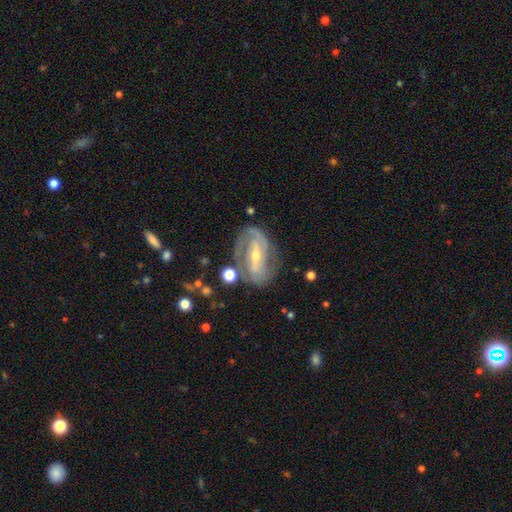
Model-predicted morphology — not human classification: Smooth or featured: featured or disk — 83% (smooth — 10%)
Edge-on disk: no — 94% (yes — 6%)
Bar: strong — 52% (weak — 30%)
Spiral arms: yes — 88% (no — 12%)
Spiral winding: tight — 42% (medium — 41%)
Spiral arm count: 2 — 72% (can't tell — 14%)
Bulge size: small — 55% (moderate — 41%)
Merging: none — 66% (minor disturbance — 19%)